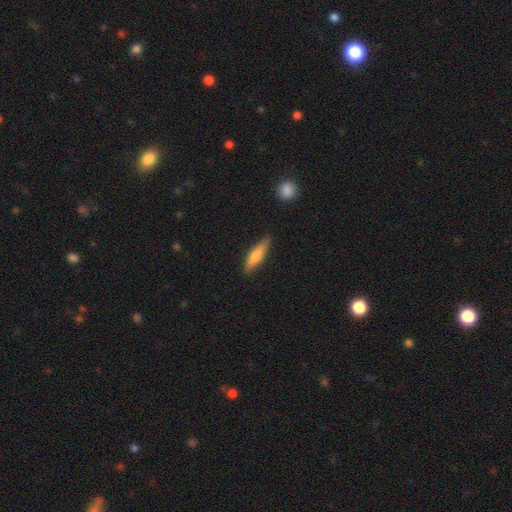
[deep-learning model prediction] The model was most divided on "smooth or featured": smooth: 66%, featured or disk: 28%, star or artifact: 6%. More confident: merging — none (84%); how rounded — cigar-shaped (73%).